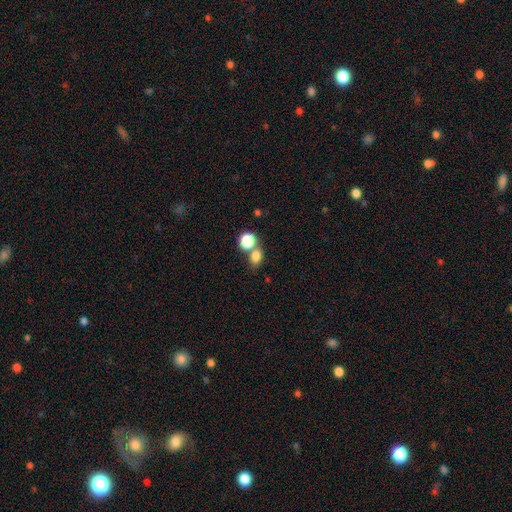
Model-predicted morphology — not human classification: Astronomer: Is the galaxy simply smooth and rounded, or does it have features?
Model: smooth — 78%.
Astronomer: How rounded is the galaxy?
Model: in between — 52% (runner-up: round, 47%).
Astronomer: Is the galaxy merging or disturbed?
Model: none — 49% (runner-up: merger, 38%).